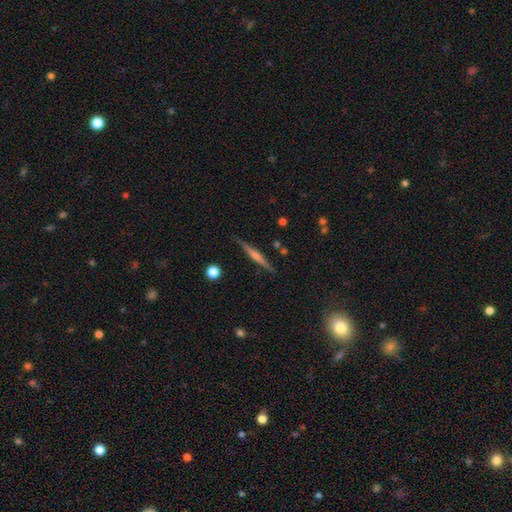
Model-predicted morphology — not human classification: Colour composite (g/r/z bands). It shows a featured or disk galaxy (69%) viewed edge-on (98%) with a rounded central bulge (68%). Merging: none (89%).